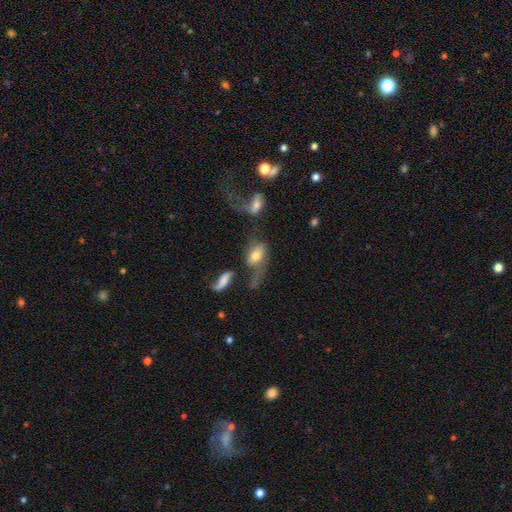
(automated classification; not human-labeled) smooth-or-featured: smooth: 59% | featured or disk: 32% | star or artifact: 9%
  how-rounded: in between: 87% | round: 8% | cigar-shaped: 5%
  merging: major disturbance: 34% | merger: 28% | none: 21% | minor disturbance: 17%